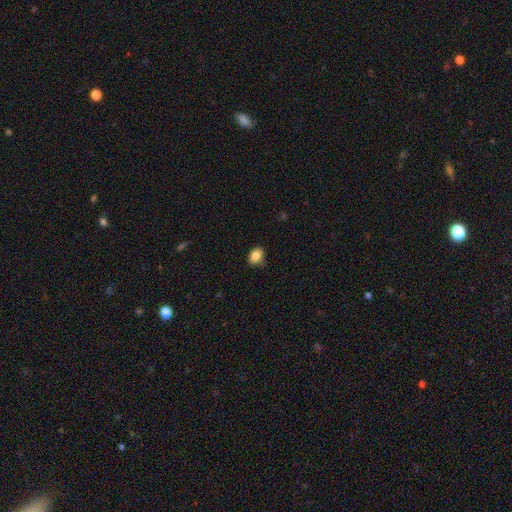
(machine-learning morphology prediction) Smooth or featured? smooth (86%)
How rounded? in between (64%)
Merging? none (76%)